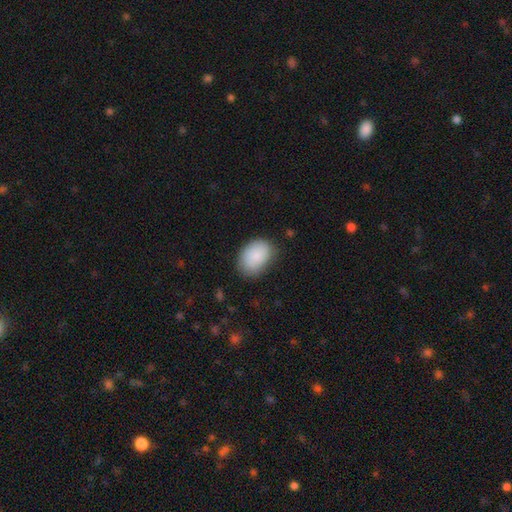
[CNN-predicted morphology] Overall: smooth (87%). How rounded: in between (81%). Merging: none (77%).